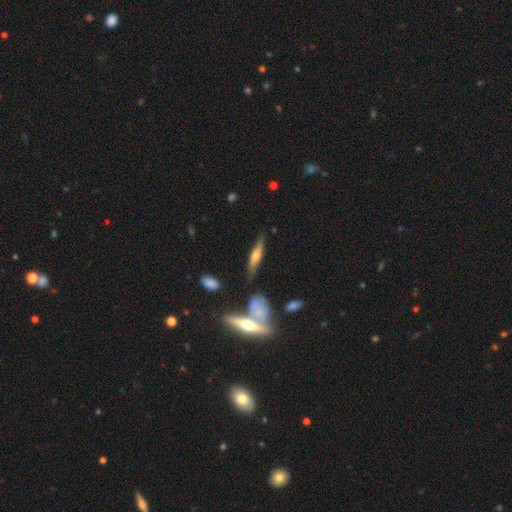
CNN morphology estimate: Overall: featured or disk (59%; smooth 34%). Edge-on disk: yes (92%). Edge-on bulge: rounded (88%). Merging: none (76%).